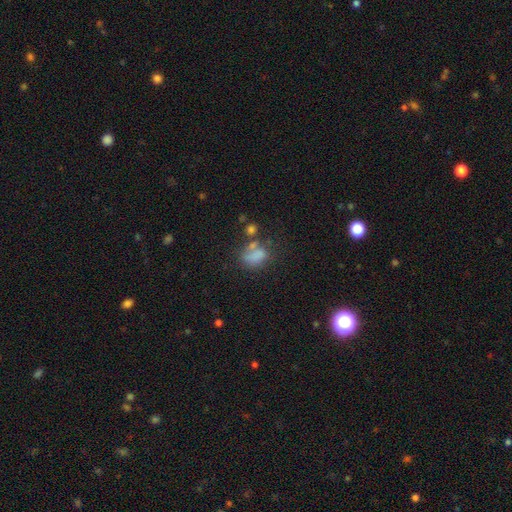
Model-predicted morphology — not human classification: A smooth galaxy with no disk features (69%) that is in between round and cigar-shaped (73%).

Vote fractions:
- Smooth or featured? smooth: 69% / featured or disk: 17% / star or artifact: 14%
- How rounded? in between: 73% / round: 25% / cigar-shaped: 2%
- Merging? none: 36% / merger: 23% / minor disturbance: 21% / major disturbance: 20%